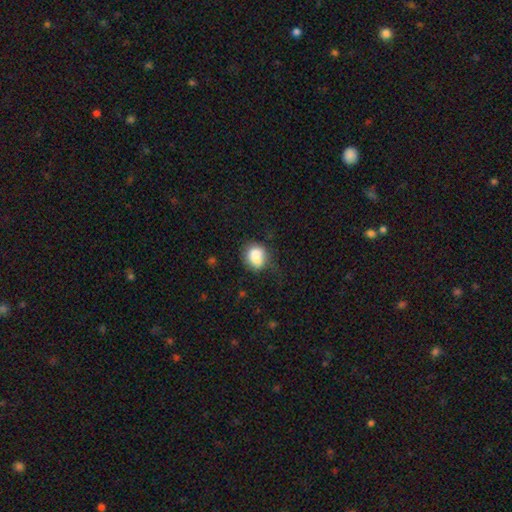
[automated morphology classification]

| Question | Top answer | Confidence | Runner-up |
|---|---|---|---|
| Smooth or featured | smooth | 76% | featured or disk (15%) |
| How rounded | round | 62% | in between (37%) |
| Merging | none | 43% | minor disturbance (24%) |